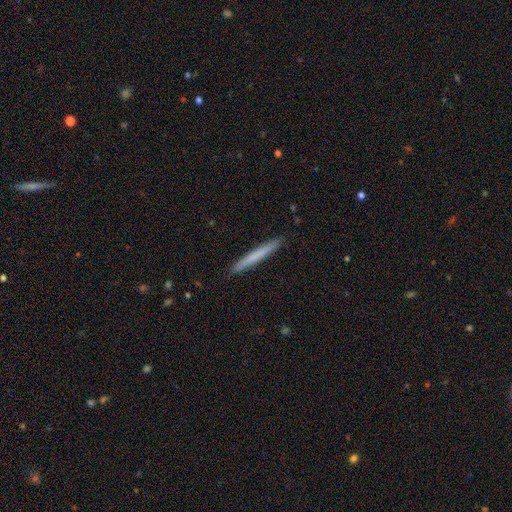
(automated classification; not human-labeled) Morphology: type=smooth (66%); roundness=cigar-shaped (97%); merging=none (92%).